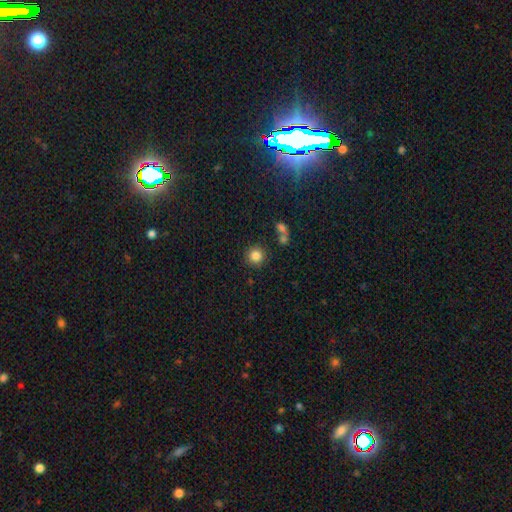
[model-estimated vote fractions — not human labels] Overall: smooth (84%). How rounded: round (93%). Merging: none (84%).